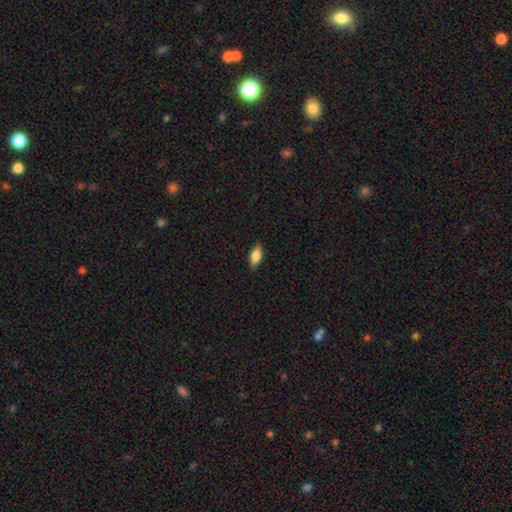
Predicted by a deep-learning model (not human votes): Smooth or featured?
  - smooth: 80% *
  - featured or disk: 14%
  - star or artifact: 7%
How rounded?
  - in between: 85% *
  - cigar-shaped: 12%
  - round: 3%
Merging?
  - none: 87% *
  - minor disturbance: 10%
  - major disturbance: 2%
  - merger: 1%